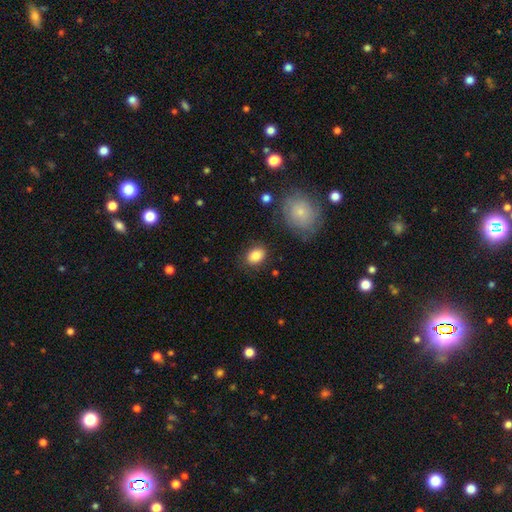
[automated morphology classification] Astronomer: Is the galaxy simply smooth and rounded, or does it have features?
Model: smooth — 84%.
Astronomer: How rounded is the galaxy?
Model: in between — 67%.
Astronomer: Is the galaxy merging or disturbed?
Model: none — 83%.